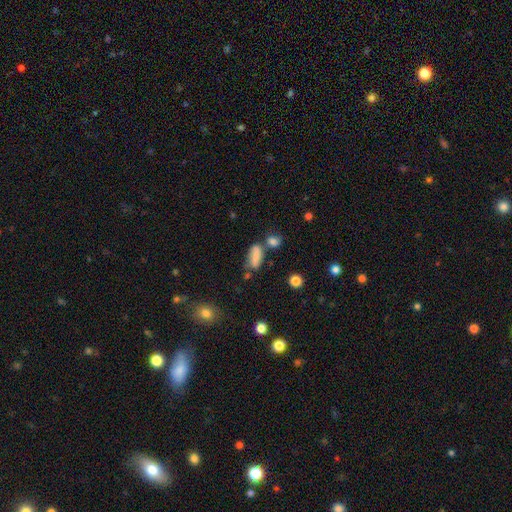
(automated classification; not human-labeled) This is likely a smooth galaxy (71%). How rounded: likely in between (79%). Merging: marginally none (45%).